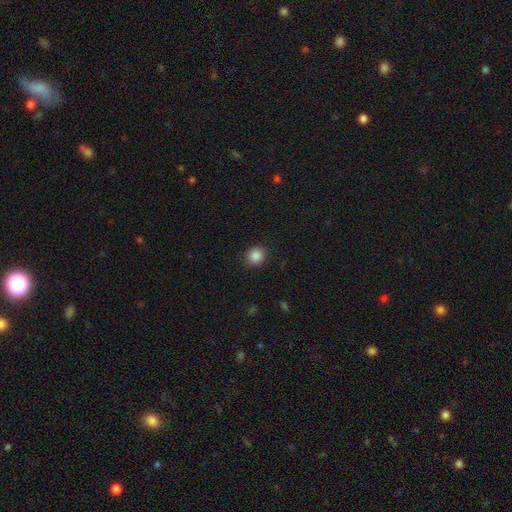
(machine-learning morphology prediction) Smooth or featured? smooth (87%)
How rounded? round (88%)
Merging? none (89%)